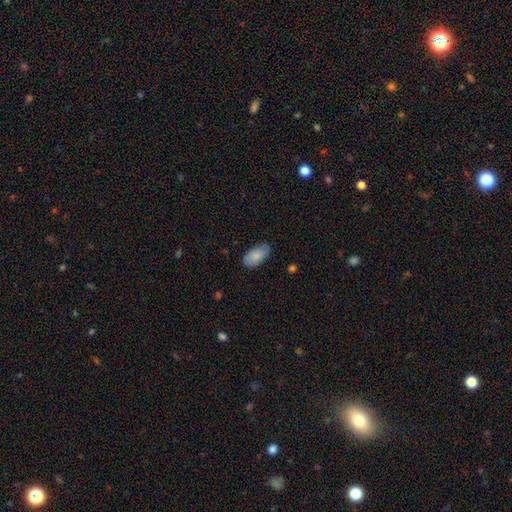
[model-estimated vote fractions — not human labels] This is clearly a smooth galaxy (83%). How rounded: clearly in between (95%). Merging: likely none (78%).